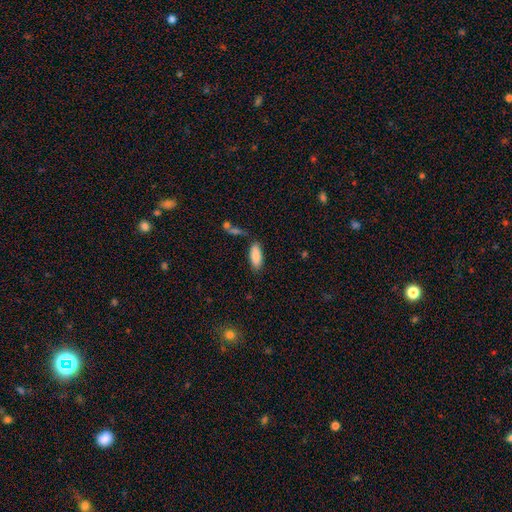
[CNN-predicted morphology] This is clearly a smooth galaxy (85%). How rounded: clearly in between (83%). Merging: likely none (78%).